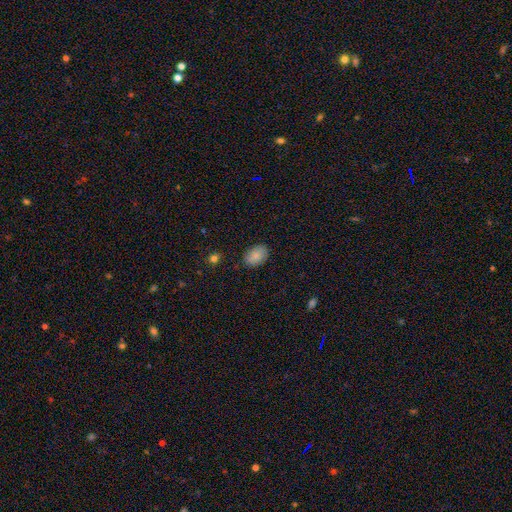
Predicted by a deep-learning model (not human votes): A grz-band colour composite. It shows a smooth galaxy with no disk features (86%) that is in between round and cigar-shaped (81%). Merging: none (85%).